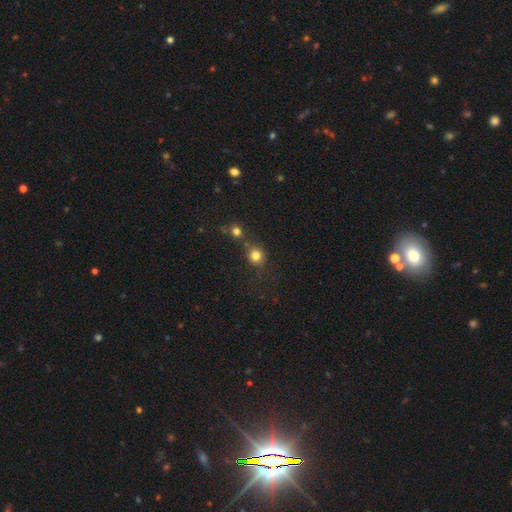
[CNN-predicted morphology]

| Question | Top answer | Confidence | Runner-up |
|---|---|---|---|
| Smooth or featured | smooth | 80% | star or artifact (13%) |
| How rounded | round | 84% | in between (15%) |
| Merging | none | 63% | merger (22%) |